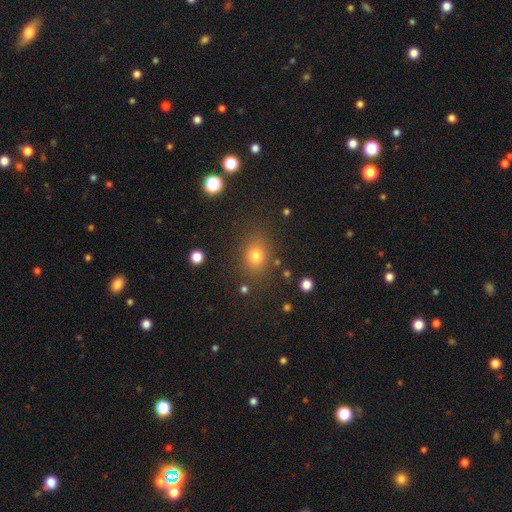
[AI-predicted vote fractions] Morphology: type=smooth (74%); roundness=round (52%); merging=none (82%).